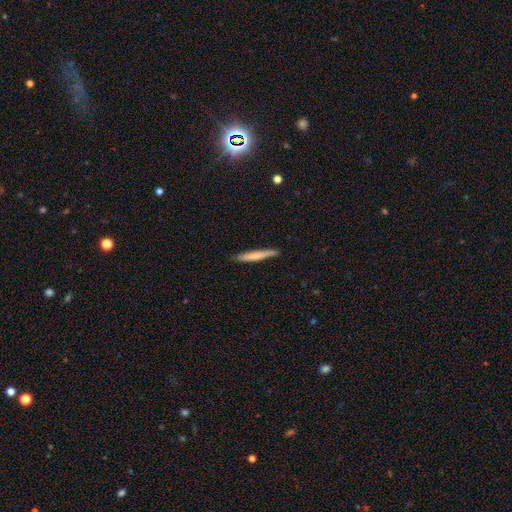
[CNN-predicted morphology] Q: Smooth or featured?
A: smooth (67%); runner-up: featured or disk (28%)
Q: How rounded?
A: cigar-shaped (94%); runner-up: in between (4%)
Q: Merging?
A: none (87%); runner-up: minor disturbance (10%)